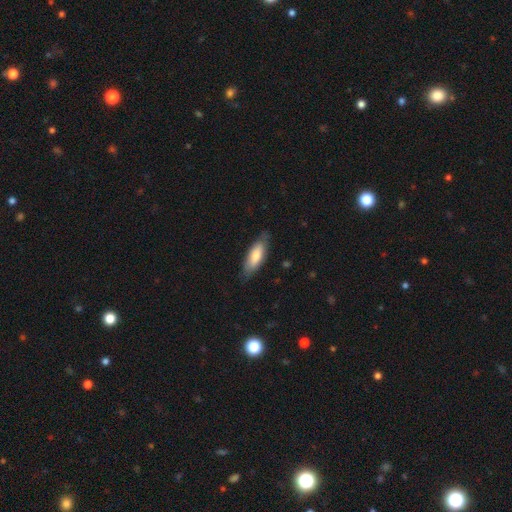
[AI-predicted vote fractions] Smooth or featured? smooth (74%)
How rounded? in between (65%)
Merging? none (79%)